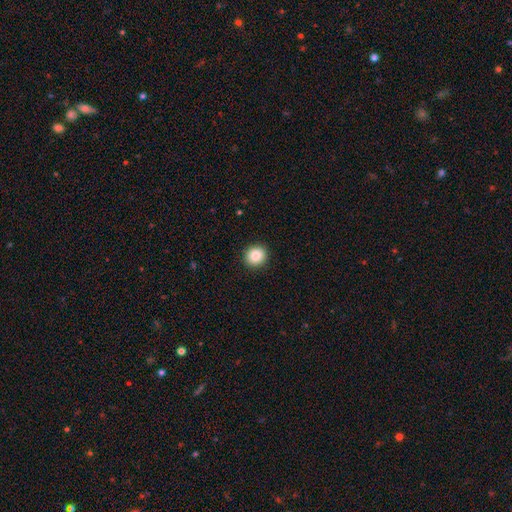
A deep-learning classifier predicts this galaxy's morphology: type=smooth (86%); roundness=round (82%); merging=none (92%).